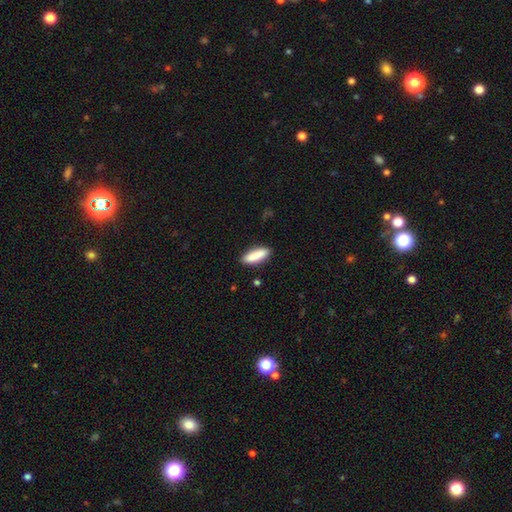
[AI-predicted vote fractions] Smooth or featured? Predicted: smooth (p=0.88). How rounded? Predicted: cigar-shaped (p=0.50). Merging? Predicted: none (p=0.88).